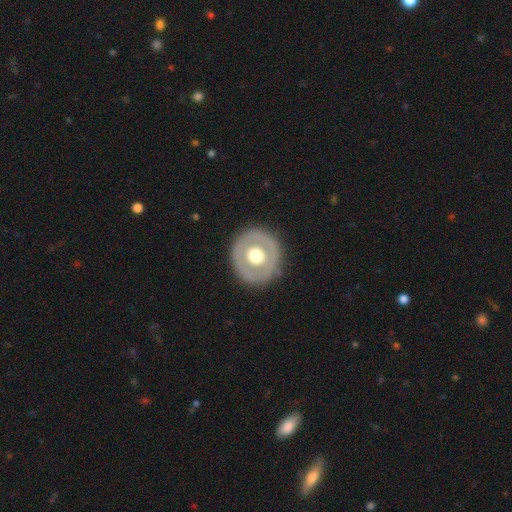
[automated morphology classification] This appears to be a featured or disk galaxy (49%). Merging: none (86%).